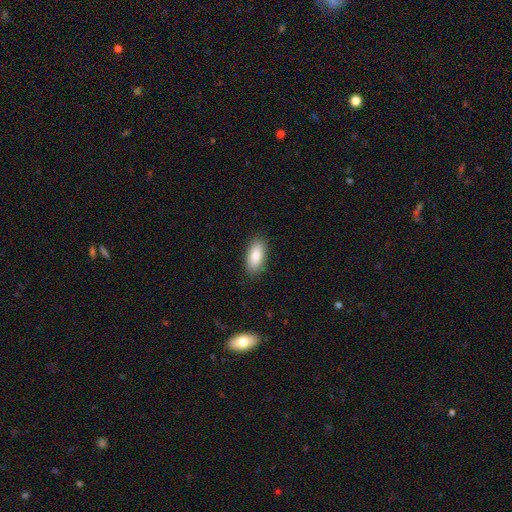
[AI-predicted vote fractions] Q: Smooth or featured?
A: smooth (85%); runner-up: featured or disk (9%)
Q: How rounded?
A: in between (86%); runner-up: cigar-shaped (12%)
Q: Merging?
A: none (87%); runner-up: minor disturbance (10%)